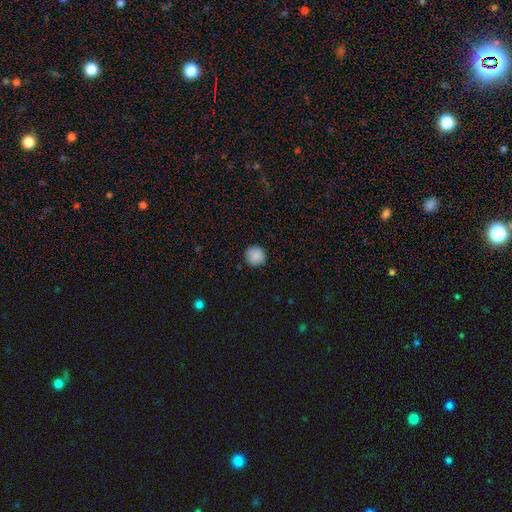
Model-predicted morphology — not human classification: smooth 88%, star or artifact 8%, featured or disk 4%. Down the decision tree: how rounded — round (93%); merging — none (89%).